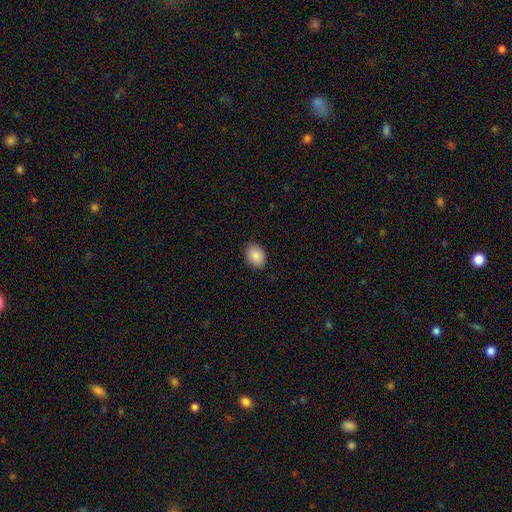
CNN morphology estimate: Overall: smooth (88%). How rounded: in between (75%). Merging: none (88%).